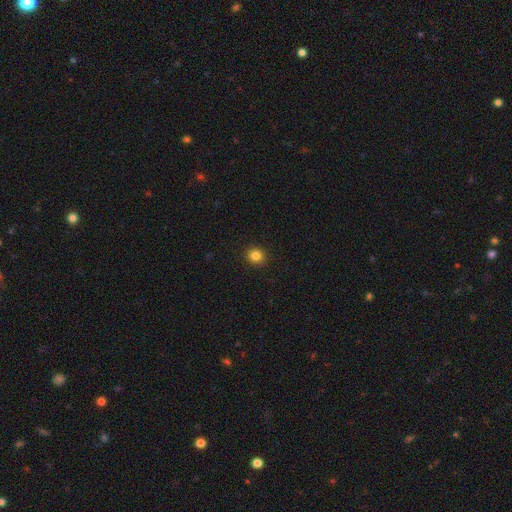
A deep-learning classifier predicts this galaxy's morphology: type=smooth (83%); roundness=round (86%); merging=none (92%).